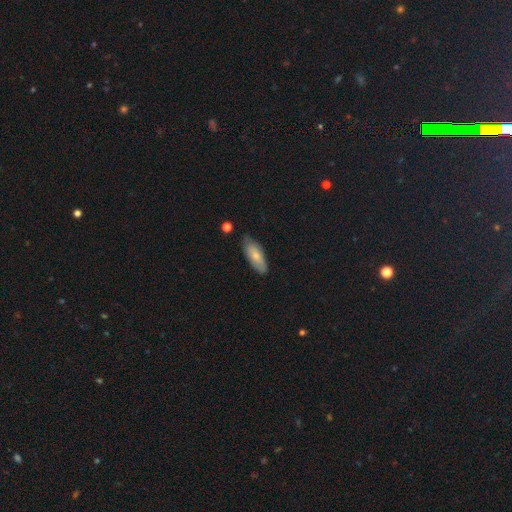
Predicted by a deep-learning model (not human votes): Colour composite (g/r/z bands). It shows a smooth galaxy with no disk features (74%) that is in between round and cigar-shaped (76%). Merging: none (75%).